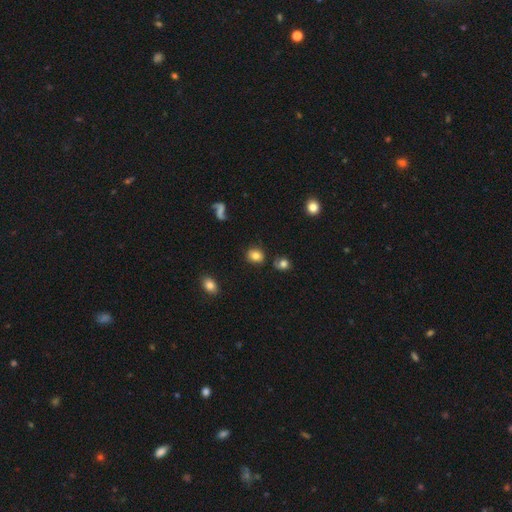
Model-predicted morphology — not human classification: Smooth or featured? smooth (81%)
How rounded? round (67%)
Merging? none (77%)